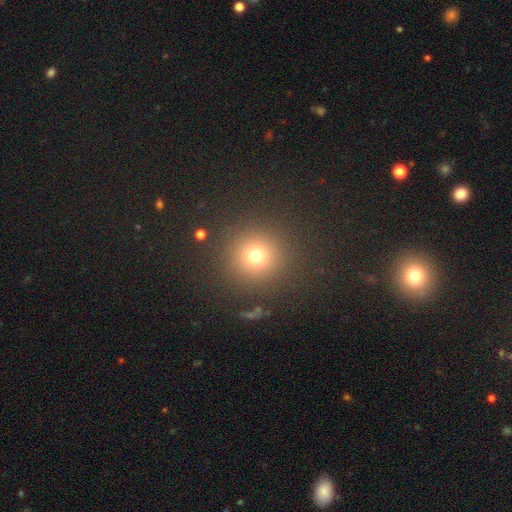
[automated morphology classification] Overall: smooth (74%). How rounded: round (95%). Merging: none (89%).